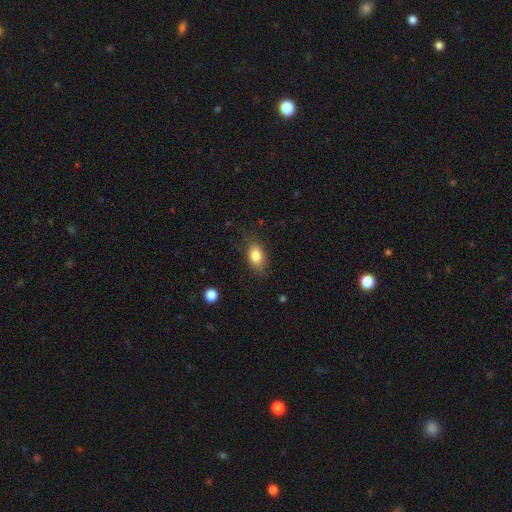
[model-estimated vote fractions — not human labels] Smooth or featured: smooth — 82% (featured or disk — 10%)
How rounded: in between — 84% (round — 13%)
Merging: none — 77% (minor disturbance — 17%)